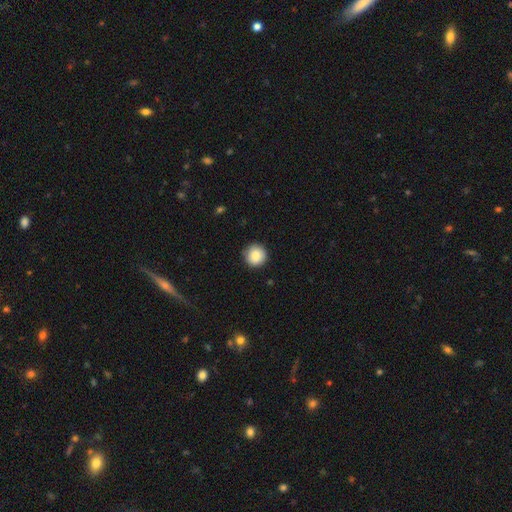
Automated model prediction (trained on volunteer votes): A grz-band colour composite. It shows a smooth galaxy with no disk features (87%) that is round (94%). Merging: none (87%).